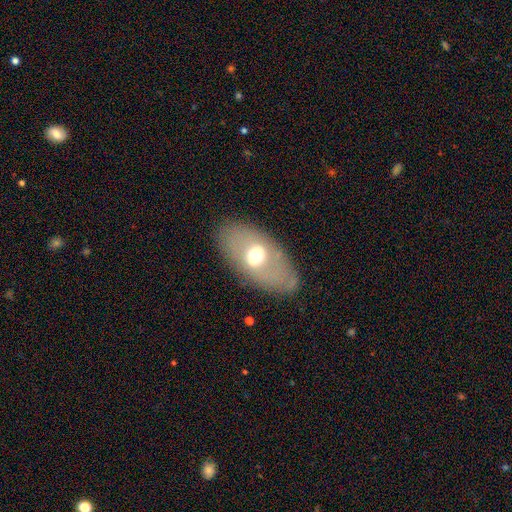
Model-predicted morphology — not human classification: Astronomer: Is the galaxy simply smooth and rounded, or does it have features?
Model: featured or disk — 46% (runner-up: smooth, 45%).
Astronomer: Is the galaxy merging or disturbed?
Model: none — 82%.